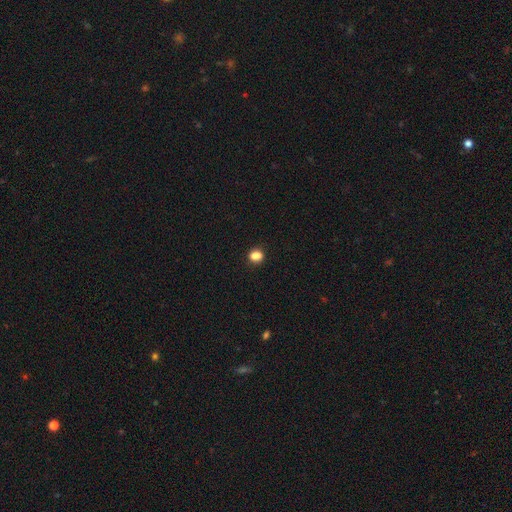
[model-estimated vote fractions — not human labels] smooth 84%, star or artifact 11%, featured or disk 4%. Down the decision tree: how rounded — round (51%); merging — none (82%).